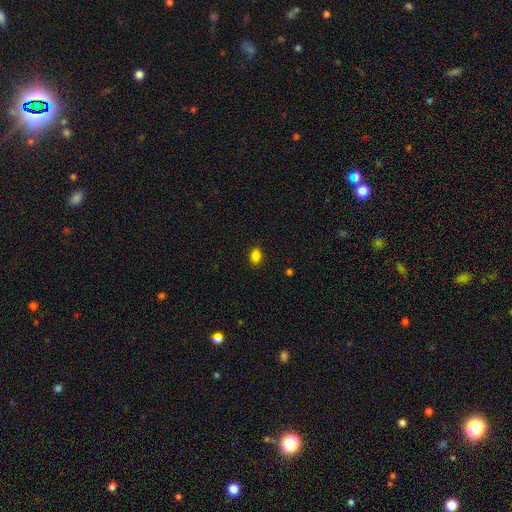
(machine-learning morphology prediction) Overall: smooth (85%). How rounded: in between (76%). Merging: none (88%).